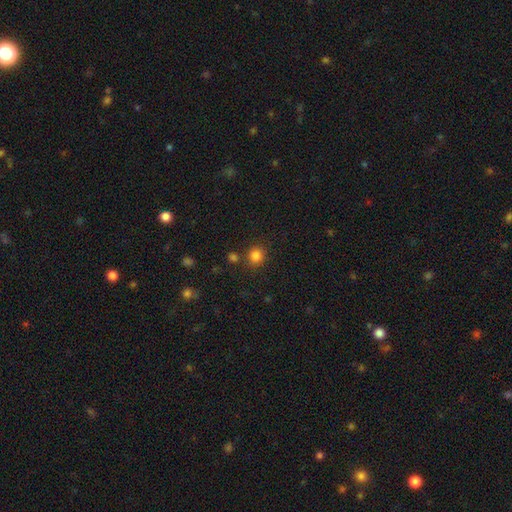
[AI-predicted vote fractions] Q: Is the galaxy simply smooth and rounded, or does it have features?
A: smooth — 83%.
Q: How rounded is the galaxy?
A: round — 89%.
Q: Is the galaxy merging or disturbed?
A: none — 82%.